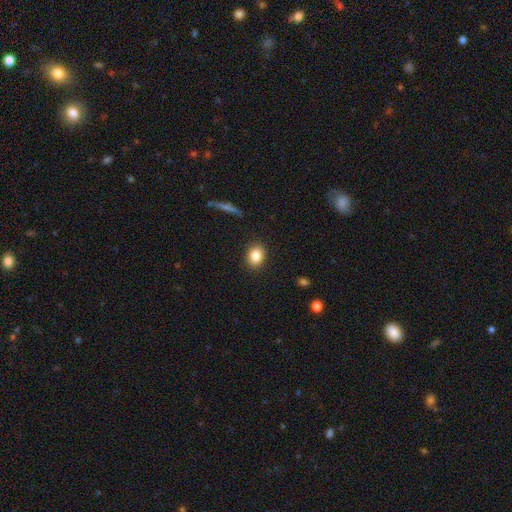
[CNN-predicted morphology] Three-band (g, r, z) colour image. It shows a smooth galaxy with no disk features (85%) that is in between round and cigar-shaped (57%). Merging: none (89%).